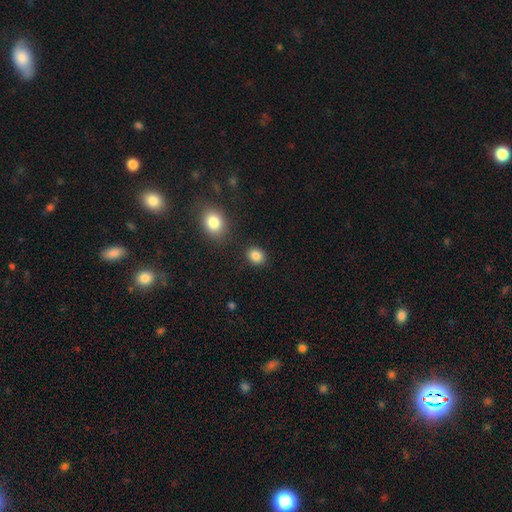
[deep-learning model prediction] Smooth or featured? Predicted: smooth (p=0.86). How rounded? Predicted: round (p=0.67). Merging? Predicted: none (p=0.87).